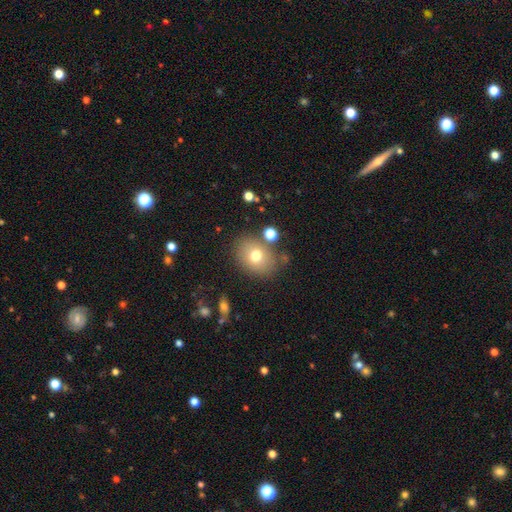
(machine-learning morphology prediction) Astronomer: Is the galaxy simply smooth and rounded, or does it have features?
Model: smooth — 72%.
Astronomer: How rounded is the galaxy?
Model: round — 53% (runner-up: in between, 46%).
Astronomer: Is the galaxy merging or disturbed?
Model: none — 76%.